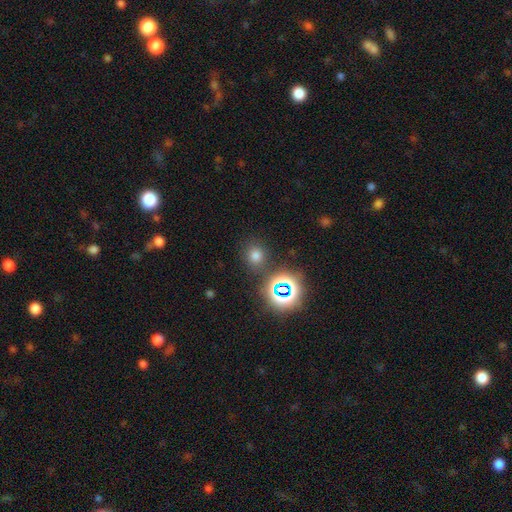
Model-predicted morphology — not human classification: A smooth galaxy with no disk features (67%) that is round (85%).

Vote fractions:
- Smooth or featured? smooth: 67% / star or artifact: 26% / featured or disk: 7%
- How rounded? round: 85% / in between: 14% / cigar-shaped: 1%
- Merging? none: 84% / minor disturbance: 8% / merger: 4% / major disturbance: 4%